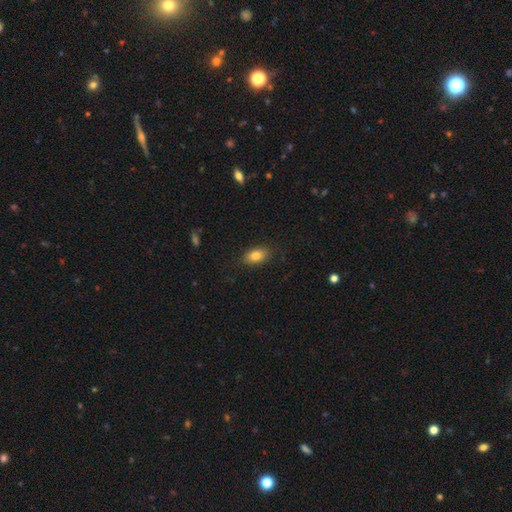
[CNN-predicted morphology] This is clearly a smooth galaxy (82%). How rounded: clearly in between (87%). Merging: clearly none (83%).